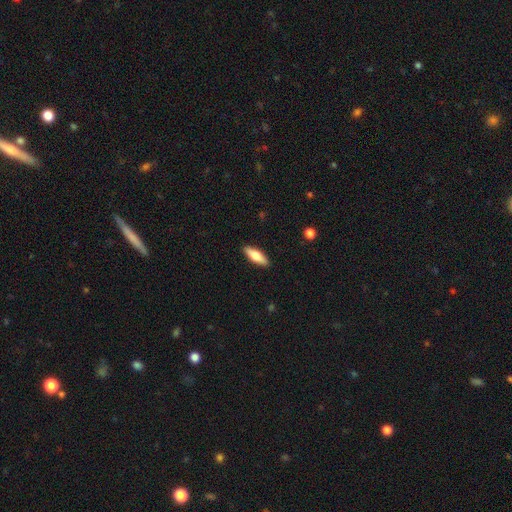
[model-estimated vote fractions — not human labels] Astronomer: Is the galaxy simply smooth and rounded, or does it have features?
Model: smooth — 70%.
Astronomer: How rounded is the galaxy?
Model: in between — 55% (runner-up: cigar-shaped, 43%).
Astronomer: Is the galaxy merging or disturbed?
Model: none — 90%.